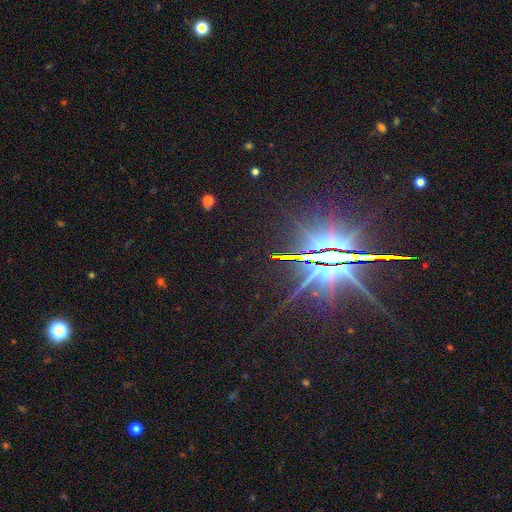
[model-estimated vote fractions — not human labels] star or artifact 84%, featured or disk 9%, smooth 6%.